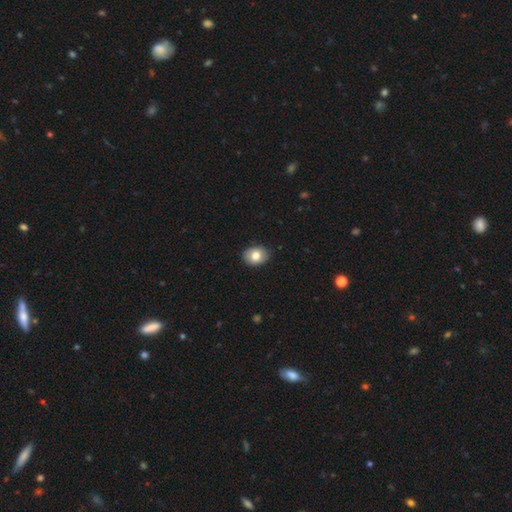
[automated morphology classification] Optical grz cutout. It shows a smooth galaxy with no disk features (79%) that is in between round and cigar-shaped (62%). Merging: none (88%).